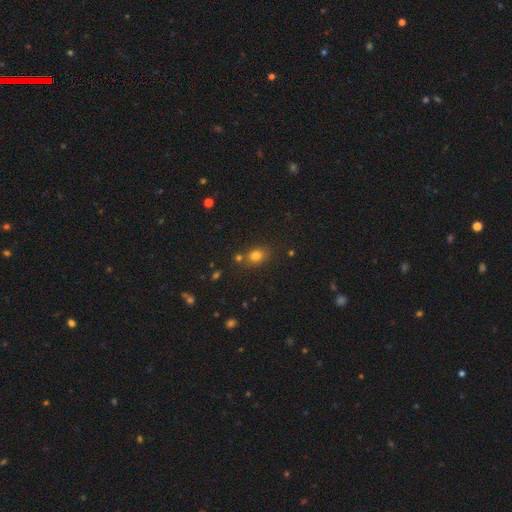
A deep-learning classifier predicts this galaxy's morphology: This is likely a smooth galaxy (76%). How rounded: possibly in between (52%). Merging: likely none (72%).